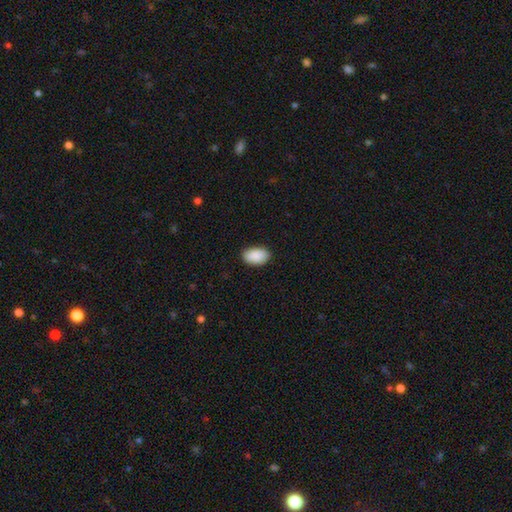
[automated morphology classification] smooth 91%, star or artifact 6%, featured or disk 3%. Down the decision tree: how rounded — in between (92%); merging — none (87%).